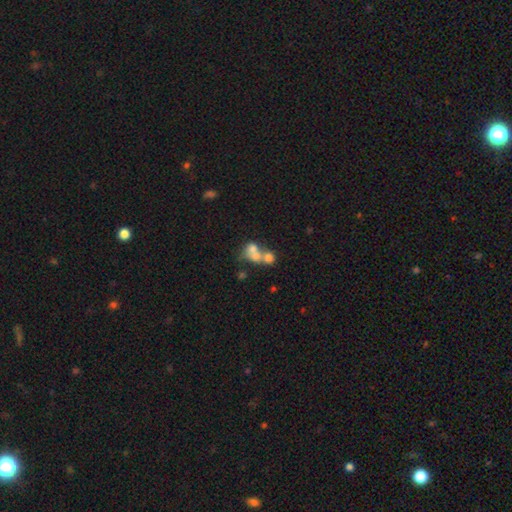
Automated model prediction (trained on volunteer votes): Smooth or featured: smooth — 59% (featured or disk — 28%)
How rounded: round — 65% (in between — 34%)
Merging: merger — 66% (none — 22%)